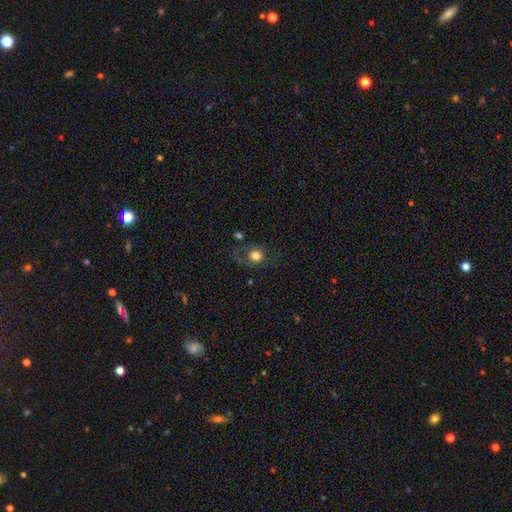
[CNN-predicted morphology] smooth_or_featured: smooth (p=0.75) [alt: featured or disk p=0.14]
how_rounded: round (p=0.73) [alt: in between p=0.26]
merging: none (p=0.64) [alt: minor disturbance p=0.19]